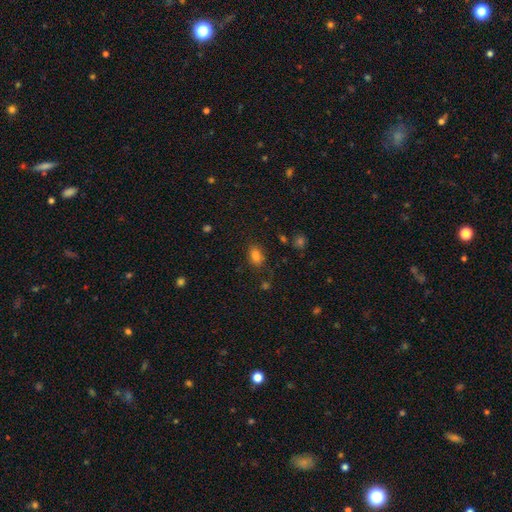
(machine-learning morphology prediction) Smooth or featured? smooth (81%)
How rounded? in between (79%)
Merging? none (75%)